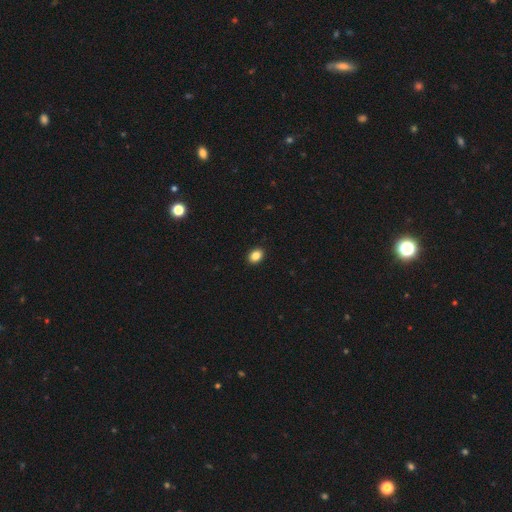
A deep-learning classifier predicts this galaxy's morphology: The model was most divided on "how rounded": in between: 67%, round: 32%, cigar-shaped: 1%. More confident: merging — none (92%); smooth or featured — smooth (86%).